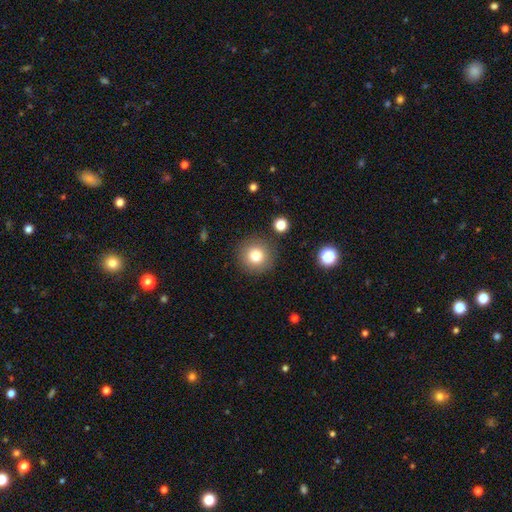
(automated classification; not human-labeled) This appears to be a smooth galaxy with no disk features (79%) that is round (95%). Merging: none (88%).